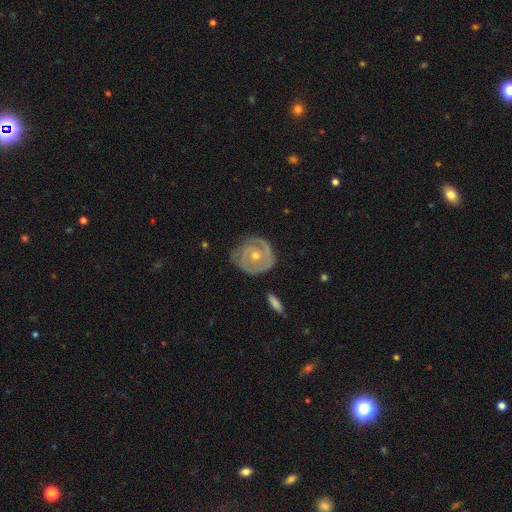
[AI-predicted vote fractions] featured or disk 81%, smooth 14%, star or artifact 5%. Down the decision tree: edge-on disk — no (97%); bar — no (77%); spiral arms — yes (88%); spiral arm count — 2 (41%); spiral winding — tight (73%); bulge size — moderate (52%); merging — none (71%).